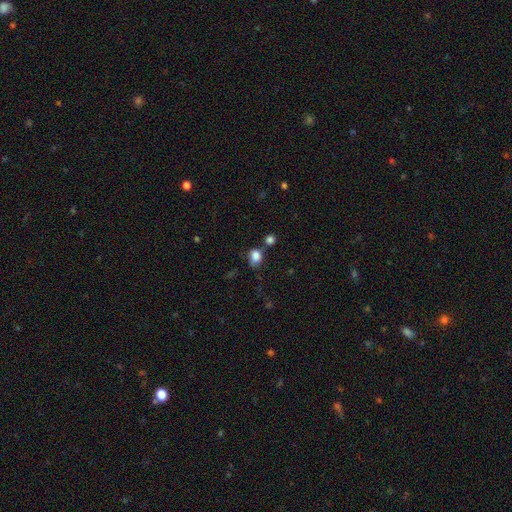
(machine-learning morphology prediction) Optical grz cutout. It shows a smooth galaxy with no disk features (83%) that is in between round and cigar-shaped (50%). Merging: none (53%).